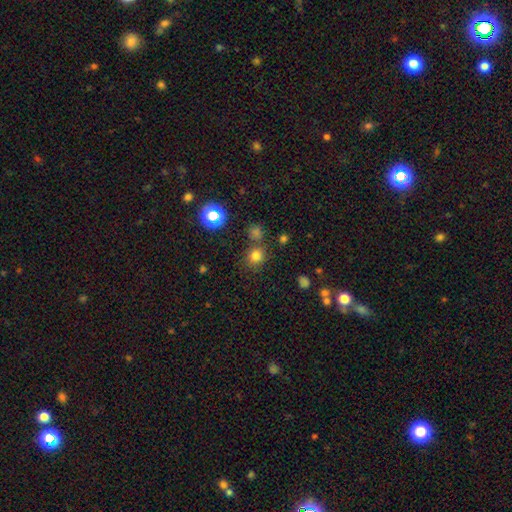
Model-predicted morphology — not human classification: This is likely a smooth galaxy (73%). How rounded: clearly round (85%). Merging: likely none (72%).